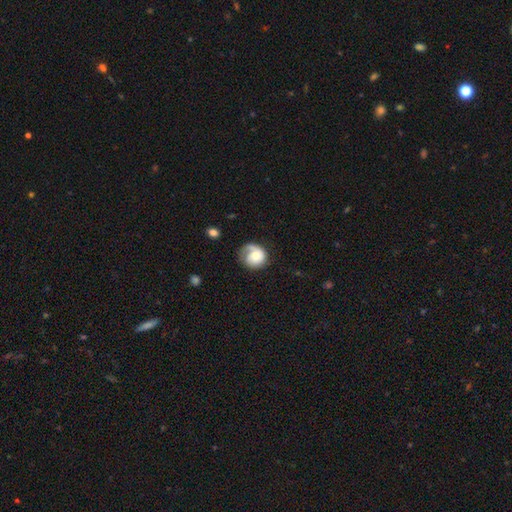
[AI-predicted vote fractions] This appears to be a featured or disk galaxy (55%) with no bar (77%), spiral arms (87%) and a moderate central bulge (49%). Merging: none (56%).